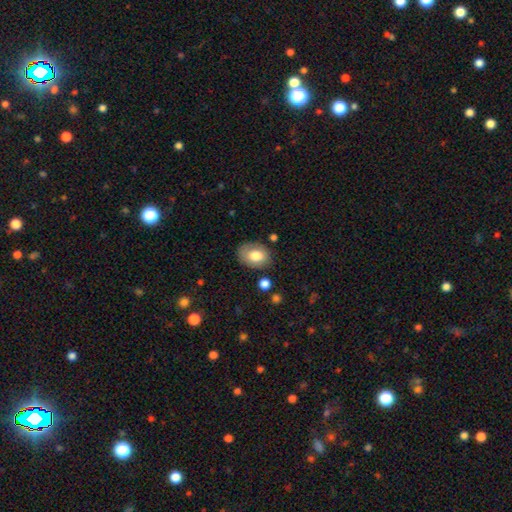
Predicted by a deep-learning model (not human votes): A smooth galaxy with no disk features (76%) that is in between round and cigar-shaped (69%).

Vote fractions:
- Smooth or featured? smooth: 76% / featured or disk: 17% / star or artifact: 8%
- How rounded? in between: 69% / round: 30% / cigar-shaped: 1%
- Merging? none: 76% / minor disturbance: 17% / major disturbance: 5% / merger: 3%